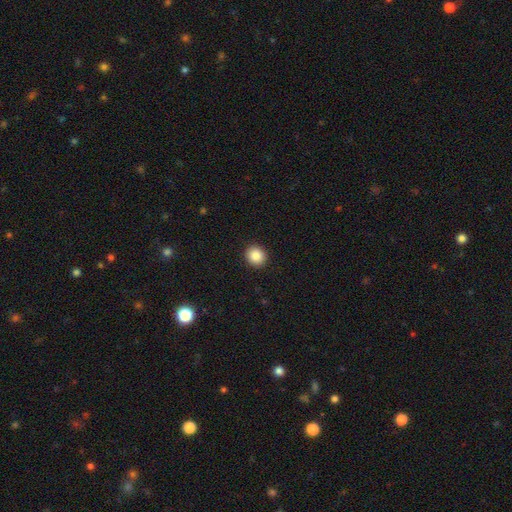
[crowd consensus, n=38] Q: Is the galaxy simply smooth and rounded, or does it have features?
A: smooth — 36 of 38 (95%).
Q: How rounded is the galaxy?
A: round — 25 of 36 (69%).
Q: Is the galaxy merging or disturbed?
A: none — 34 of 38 (89%).